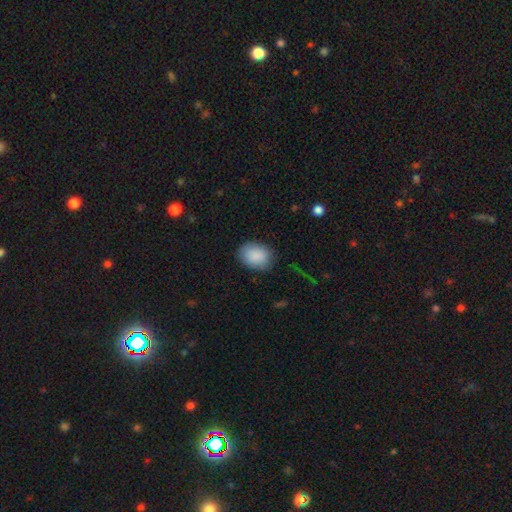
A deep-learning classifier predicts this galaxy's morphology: Smooth or featured?
  - smooth: 89% *
  - star or artifact: 7%
  - featured or disk: 4%
How rounded?
  - in between: 67% *
  - round: 32%
  - cigar-shaped: 1%
Merging?
  - none: 83% *
  - minor disturbance: 13%
  - major disturbance: 3%
  - merger: 1%